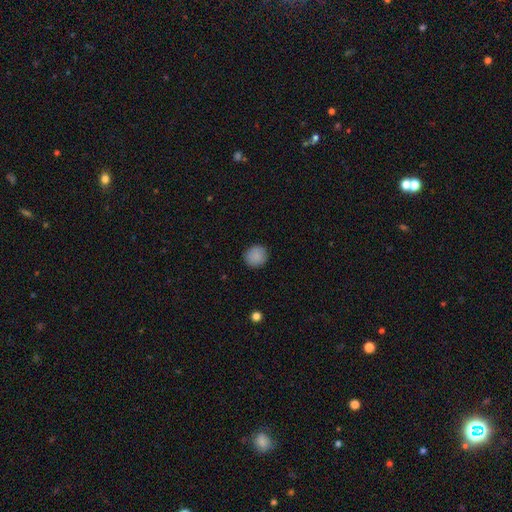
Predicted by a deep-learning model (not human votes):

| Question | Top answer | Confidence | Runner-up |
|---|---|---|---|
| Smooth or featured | smooth | 88% | star or artifact (8%) |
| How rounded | round | 92% | in between (7%) |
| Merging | none | 91% | minor disturbance (6%) |